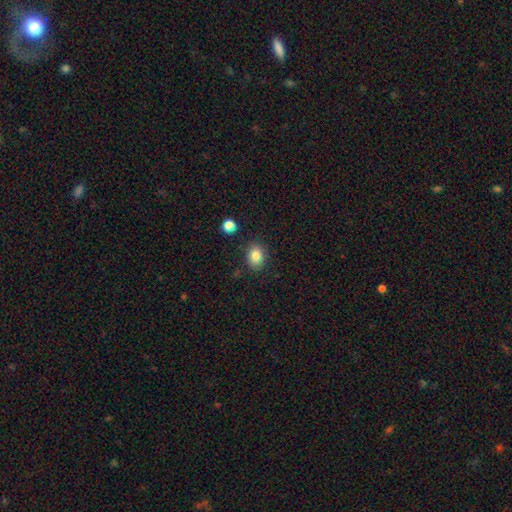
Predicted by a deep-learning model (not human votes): A smooth galaxy with no disk features (84%) that is in between round and cigar-shaped (55%). Merging: none (84%).